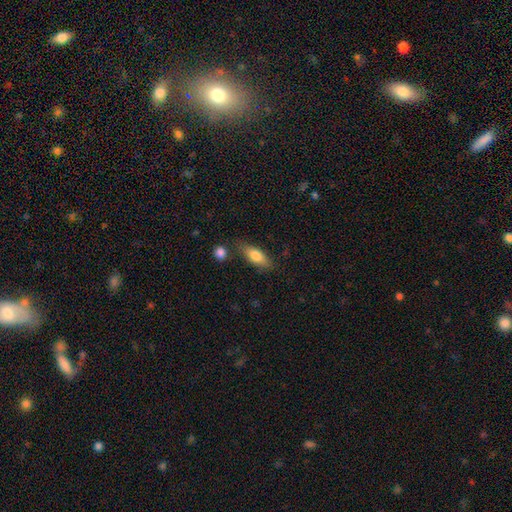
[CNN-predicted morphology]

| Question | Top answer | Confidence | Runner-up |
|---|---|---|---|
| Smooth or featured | smooth | 76% | featured or disk (18%) |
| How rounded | in between | 67% | cigar-shaped (30%) |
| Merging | none | 73% | minor disturbance (16%) |